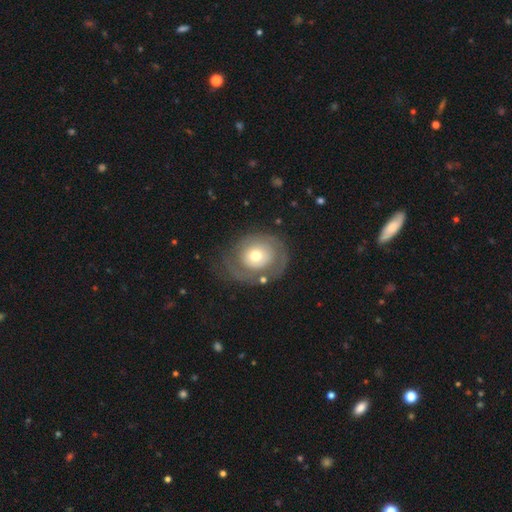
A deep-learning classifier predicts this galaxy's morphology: smooth-or-featured: featured or disk: 56% | smooth: 37% | star or artifact: 7%
  disk-edge-on: no: 96% | yes: 4%
    bar: no: 86% | weak: 11% | strong: 3%
    has-spiral-arms: yes: 54% | no: 46%
    bulge-size: moderate: 63% | small: 23% | large: 11% | dominant: 2% | none: 1%
  merging: none: 61% | minor disturbance: 20% | major disturbance: 15% | merger: 4%